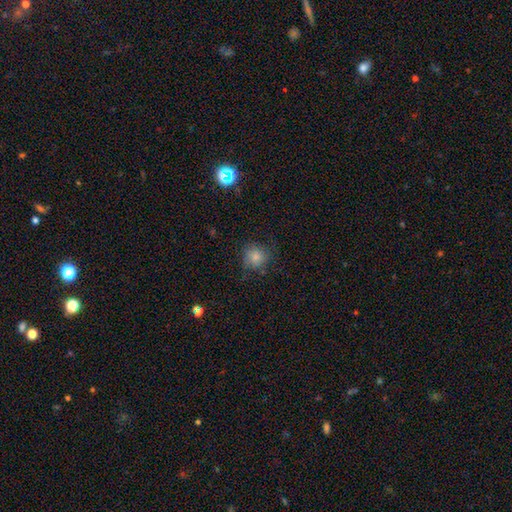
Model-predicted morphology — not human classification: Overall: smooth (63%). How rounded: round (90%). Merging: none (75%).